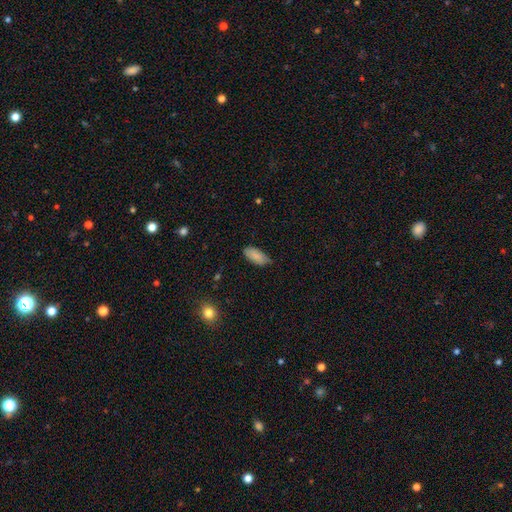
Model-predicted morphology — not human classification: smooth-or-featured: smooth: 85% | featured or disk: 8% | star or artifact: 7%
  how-rounded: in between: 90% | cigar-shaped: 8% | round: 2%
  merging: none: 67% | minor disturbance: 27% | major disturbance: 4% | merger: 1%